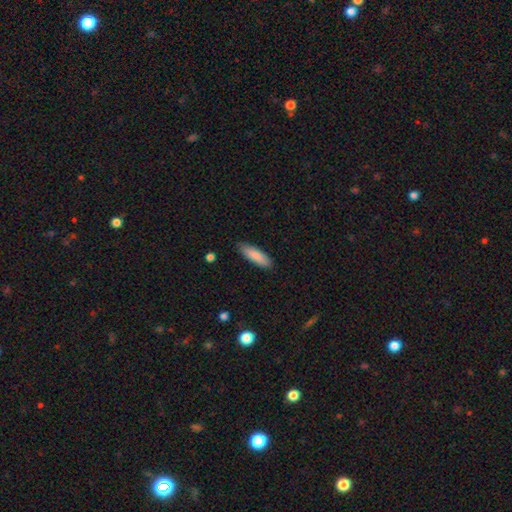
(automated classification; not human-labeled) A smooth galaxy with no disk features (87%) that is cigar-shaped (50%).

Vote fractions:
- Smooth or featured? smooth: 87% / featured or disk: 8% / star or artifact: 6%
- How rounded? cigar-shaped: 50% / in between: 48% / round: 1%
- Merging? none: 86% / minor disturbance: 11% / major disturbance: 2% / merger: 1%